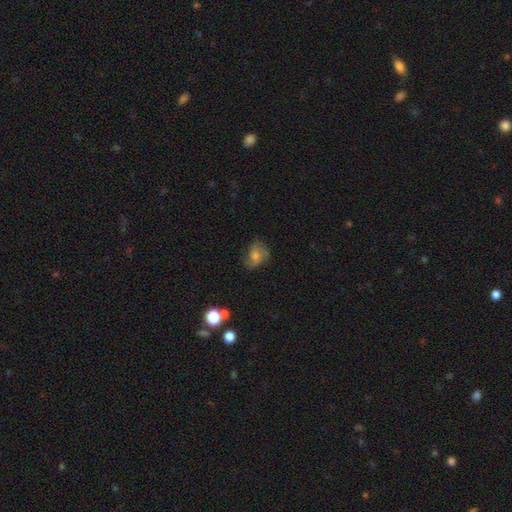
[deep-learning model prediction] Smooth or featured? smooth (44%)
Merging? none (61%)